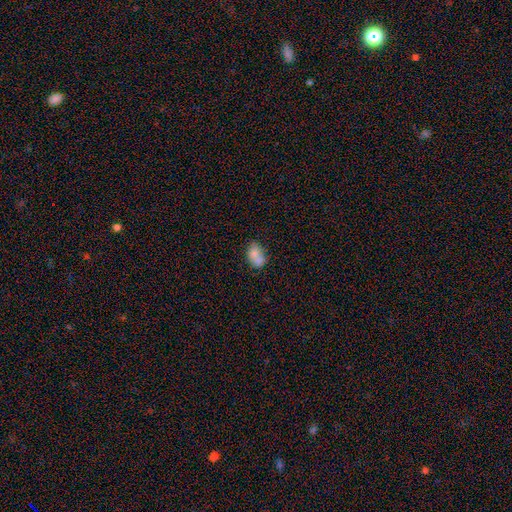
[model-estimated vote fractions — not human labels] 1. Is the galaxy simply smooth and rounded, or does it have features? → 73% smooth, 18% featured or disk, 9% star or artifact.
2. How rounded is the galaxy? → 79% in between, 19% round, 2% cigar-shaped.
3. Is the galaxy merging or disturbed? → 40% none, 37% merger, 17% minor disturbance, 6% major disturbance.